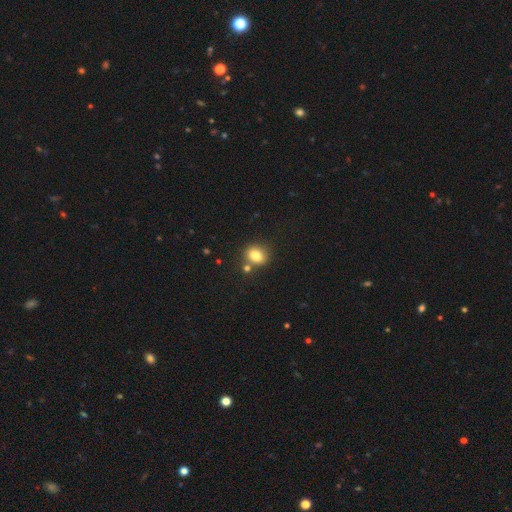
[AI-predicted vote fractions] Smooth or featured: smooth — 81% (star or artifact — 10%)
How rounded: round — 53% (in between — 46%)
Merging: none — 70% (merger — 14%)